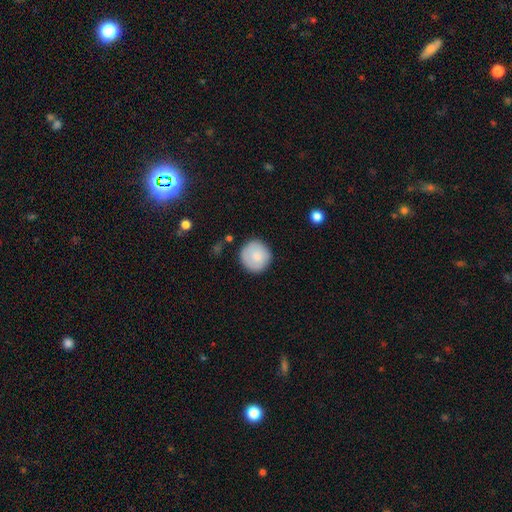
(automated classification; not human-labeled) smooth 82%, featured or disk 12%, star or artifact 6%. Down the decision tree: how rounded — round (95%); merging — none (86%).